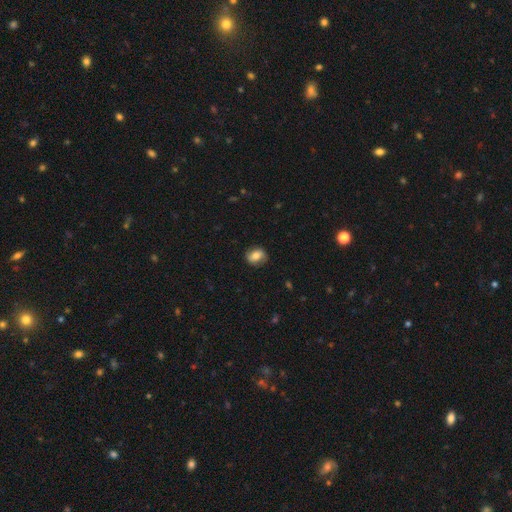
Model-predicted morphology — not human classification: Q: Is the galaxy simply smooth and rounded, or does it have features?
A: smooth — 71%.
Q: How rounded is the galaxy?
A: in between — 52%.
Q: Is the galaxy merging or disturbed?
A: none — 84%.